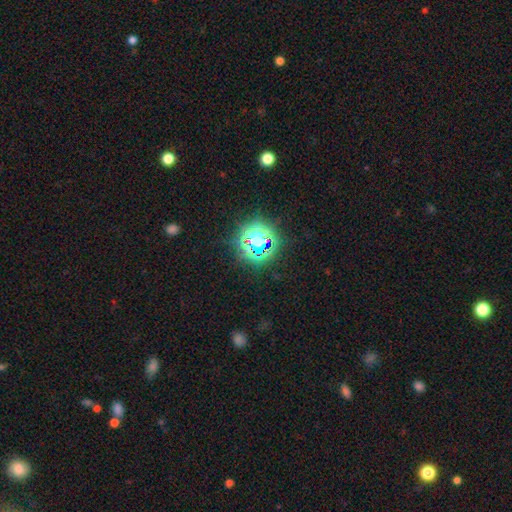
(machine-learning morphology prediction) smooth-or-featured: star or artifact: 75% | smooth: 16% | featured or disk: 9%